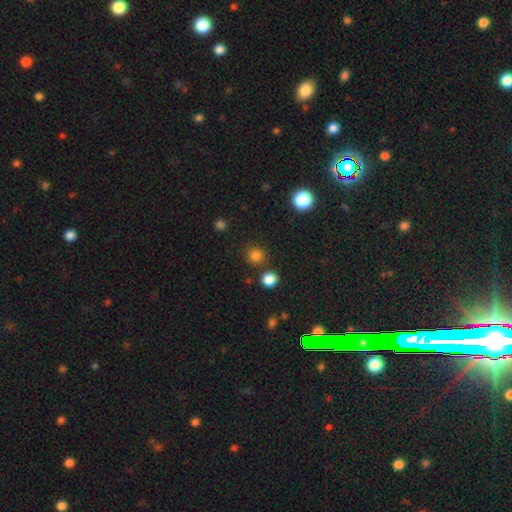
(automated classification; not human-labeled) A smooth galaxy with no disk features (80%) that is round (92%). Merging: none (85%).